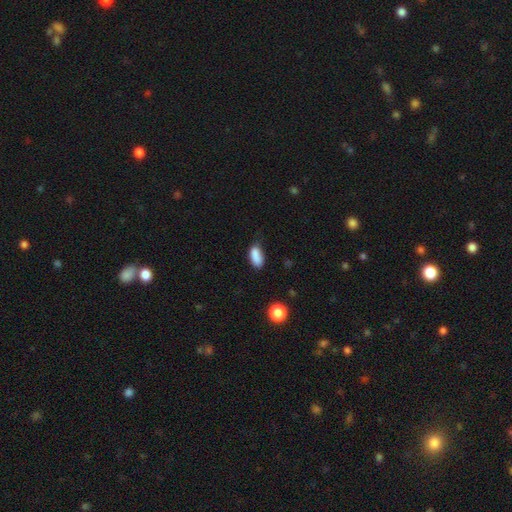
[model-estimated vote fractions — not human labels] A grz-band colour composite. It shows a smooth galaxy with no disk features (86%) that is in between round and cigar-shaped (86%). Merging: none (59%).